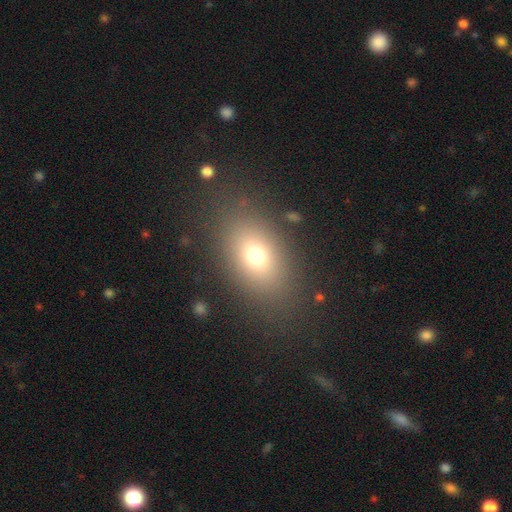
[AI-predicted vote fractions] The model was most divided on "how rounded": in between: 76%, round: 21%, cigar-shaped: 2%. More confident: merging — none (82%); smooth or featured — smooth (71%).